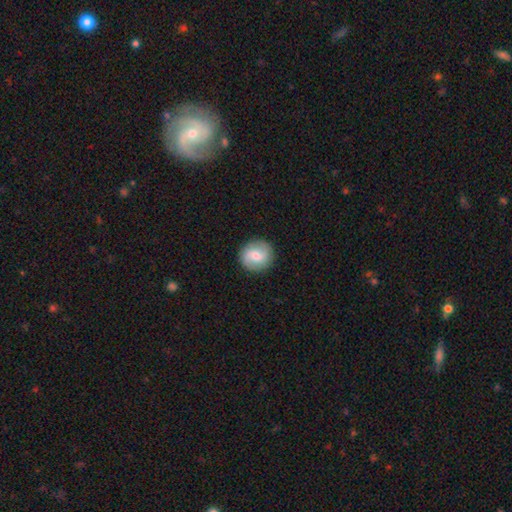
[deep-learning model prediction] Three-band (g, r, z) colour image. It shows a smooth galaxy with no disk features (56%) that is round (91%). Merging: none (90%).